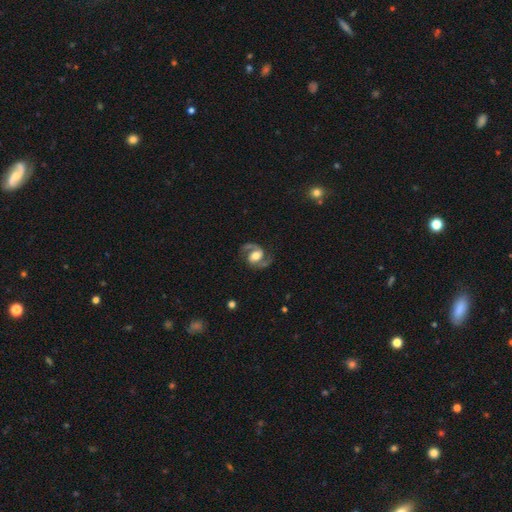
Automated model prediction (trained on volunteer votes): featured or disk 89%, smooth 7%, star or artifact 5%. Down the decision tree: edge-on disk — no (98%); bar — weak (40%); spiral arms — yes (97%); spiral arm count — 2 (93%); spiral winding — medium (61%); bulge size — moderate (60%); merging — none (79%).